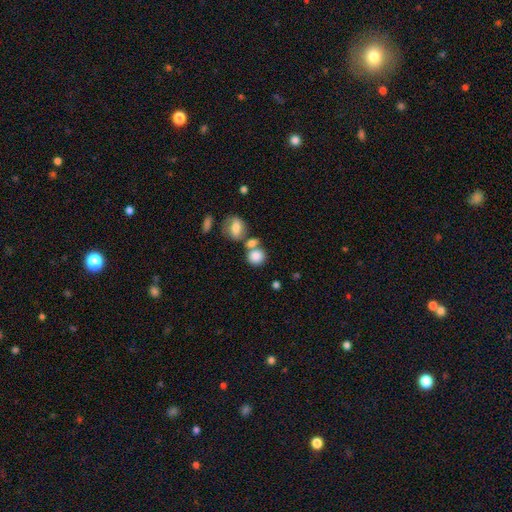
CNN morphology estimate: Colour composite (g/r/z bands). It shows a smooth galaxy with no disk features (83%) that is round (75%). Merging: none (45%).